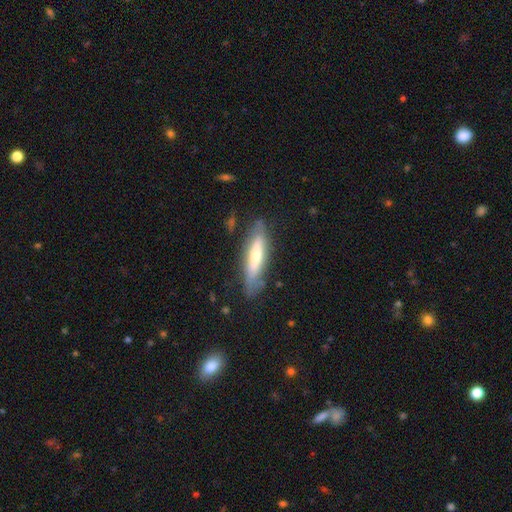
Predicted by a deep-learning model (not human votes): featured or disk 47%, smooth 45%, star or artifact 8%. Down the decision tree: merging — none (77%).